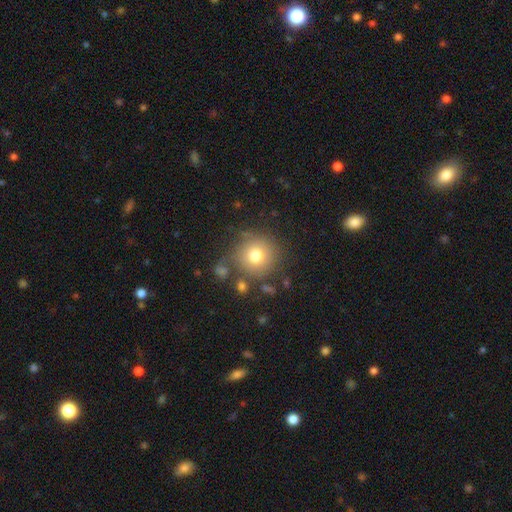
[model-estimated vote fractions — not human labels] Smooth or featured: smooth — 75% (featured or disk — 14%)
How rounded: round — 94% (in between — 5%)
Merging: none — 76% (minor disturbance — 13%)